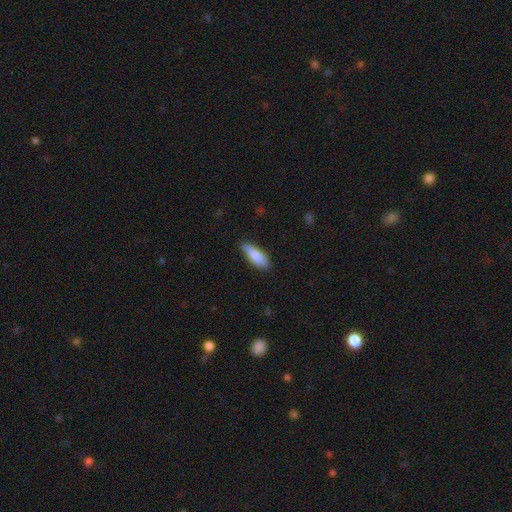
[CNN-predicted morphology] Smooth or featured?
  - smooth: 85% *
  - featured or disk: 9%
  - star or artifact: 6%
How rounded?
  - in between: 54% *
  - cigar-shaped: 44%
  - round: 2%
Merging?
  - none: 79% *
  - minor disturbance: 17%
  - major disturbance: 3%
  - merger: 1%